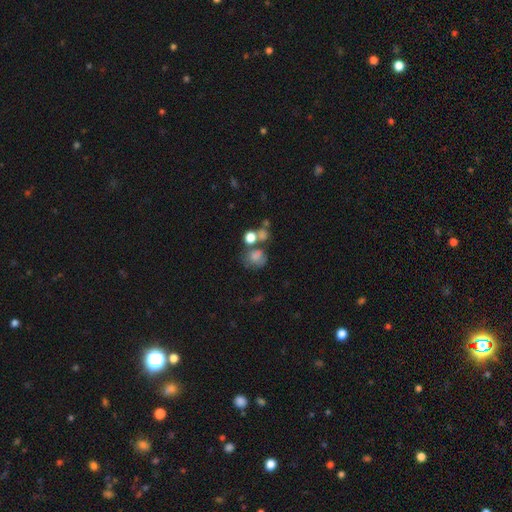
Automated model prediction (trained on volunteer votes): smooth 54%, star or artifact 24%, featured or disk 22%. Down the decision tree: how rounded — round (69%); merging — none (45%).